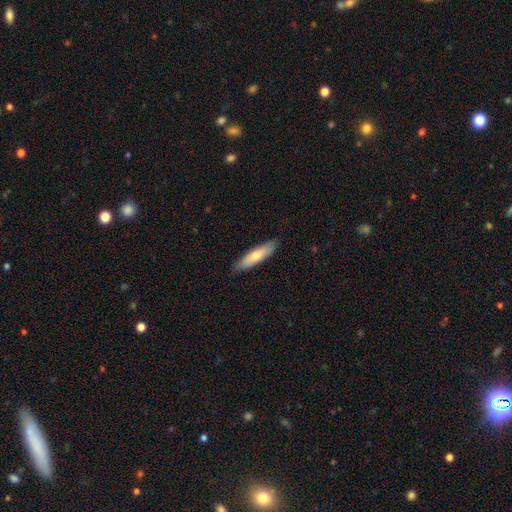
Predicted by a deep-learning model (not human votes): A smooth galaxy with no disk features (68%) that is cigar-shaped (70%).

Vote fractions:
- Smooth or featured? smooth: 68% / featured or disk: 27% / star or artifact: 5%
- How rounded? cigar-shaped: 70% / in between: 28% / round: 2%
- Merging? none: 85% / minor disturbance: 12% / major disturbance: 2% / merger: 1%